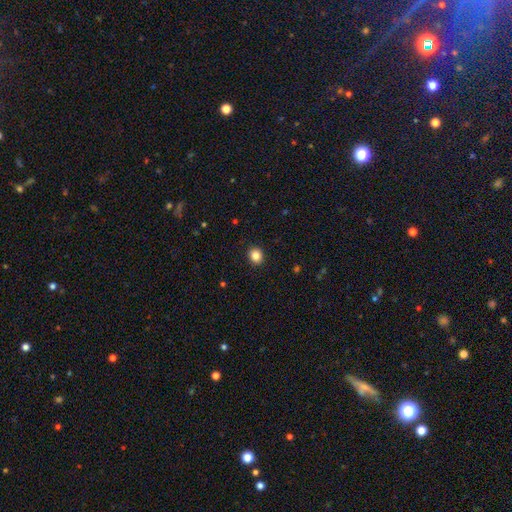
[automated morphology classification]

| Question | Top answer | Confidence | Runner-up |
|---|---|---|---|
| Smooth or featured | smooth | 85% | star or artifact (11%) |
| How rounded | round | 74% | in between (25%) |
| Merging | none | 92% | minor disturbance (6%) |